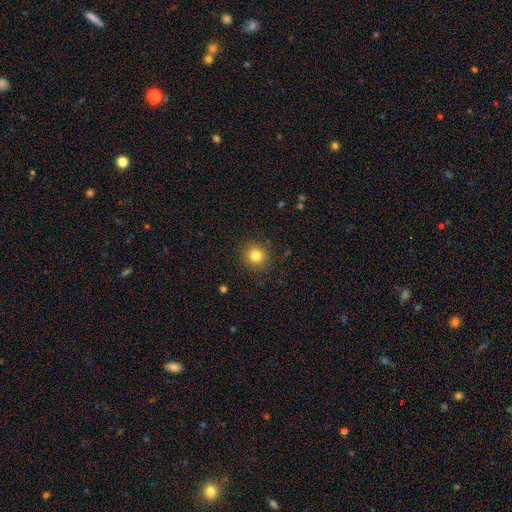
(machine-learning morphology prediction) Overall: smooth (82%). How rounded: round (91%). Merging: none (90%).